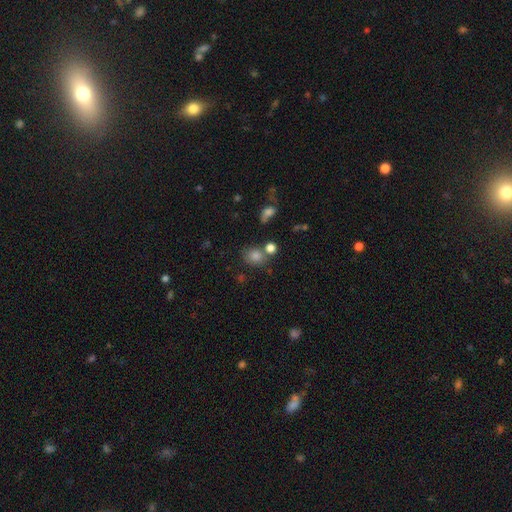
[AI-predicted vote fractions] Smooth or featured?
  - smooth: 79% *
  - star or artifact: 14%
  - featured or disk: 8%
How rounded?
  - round: 68% *
  - in between: 31%
  - cigar-shaped: 1%
Merging?
  - none: 64% *
  - merger: 18%
  - minor disturbance: 12%
  - major disturbance: 5%